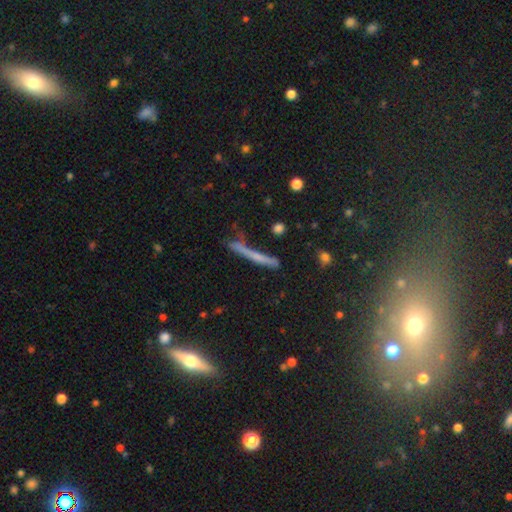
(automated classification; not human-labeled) smooth_or_featured: smooth (p=0.46) [alt: featured or disk p=0.40]
merging: none (p=0.69) [alt: minor disturbance p=0.19]